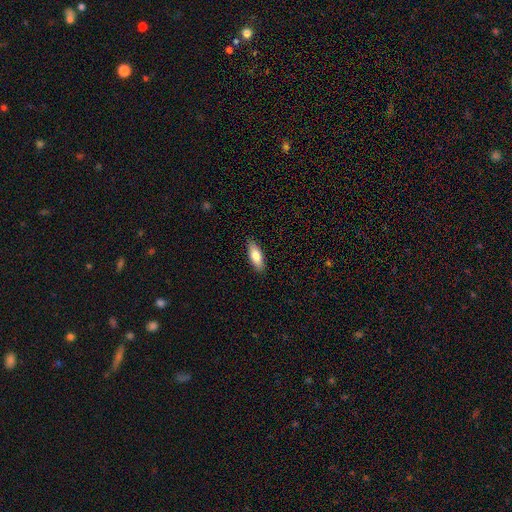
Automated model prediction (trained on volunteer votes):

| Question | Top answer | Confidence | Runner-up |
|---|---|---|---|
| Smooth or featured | smooth | 78% | featured or disk (16%) |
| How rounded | in between | 70% | cigar-shaped (28%) |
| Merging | none | 89% | minor disturbance (9%) |